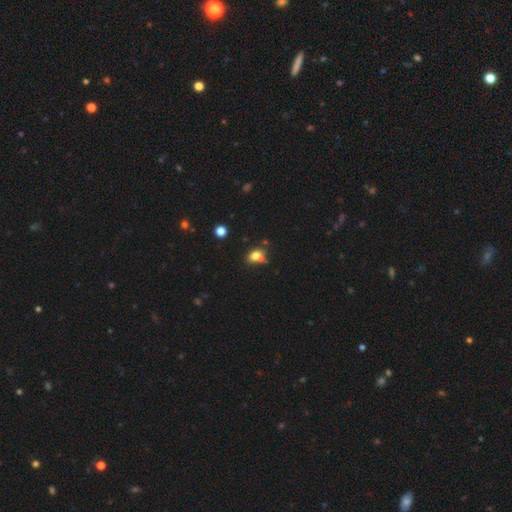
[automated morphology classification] Overall: smooth (75%). How rounded: in between (65%; round 33%). Merging: none (52%; merger 24%).